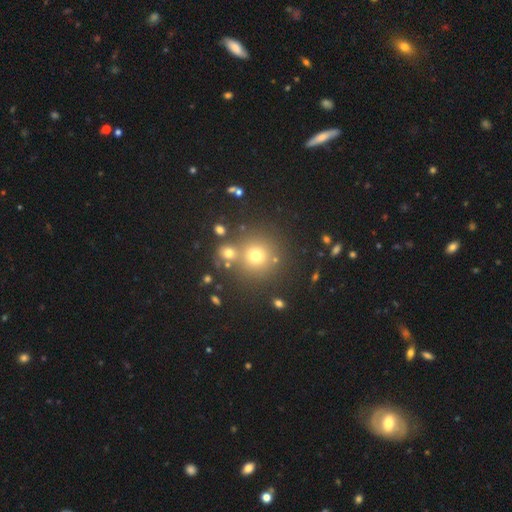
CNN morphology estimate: Smooth or featured?
  - smooth: 68% *
  - star or artifact: 21%
  - featured or disk: 10%
How rounded?
  - round: 92% *
  - in between: 7%
  - cigar-shaped: 1%
Merging?
  - none: 73% *
  - merger: 16%
  - minor disturbance: 8%
  - major disturbance: 4%